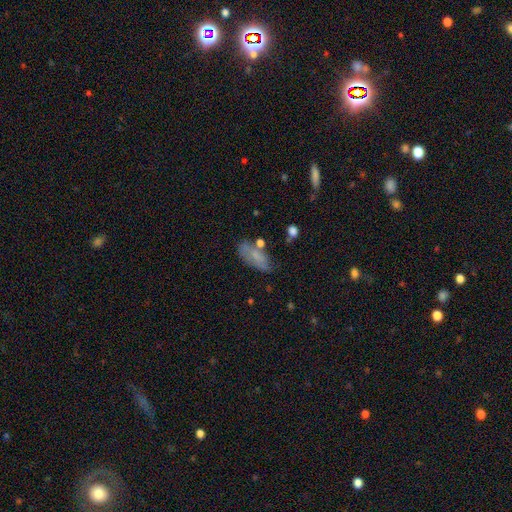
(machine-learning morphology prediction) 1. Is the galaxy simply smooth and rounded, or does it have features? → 64% smooth, 27% featured or disk, 9% star or artifact.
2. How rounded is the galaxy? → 79% in between, 17% cigar-shaped, 3% round.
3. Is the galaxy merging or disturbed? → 57% none, 25% minor disturbance, 9% merger, 9% major disturbance.